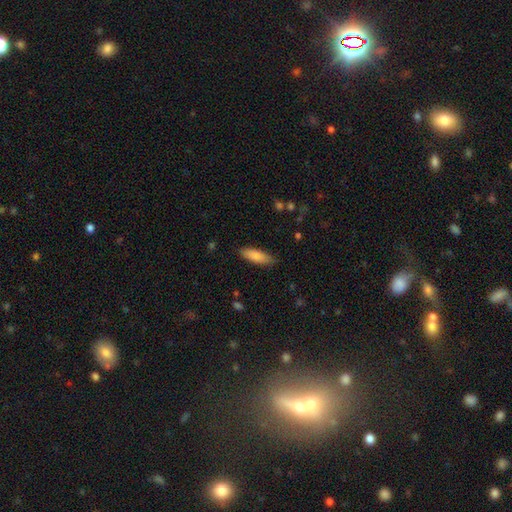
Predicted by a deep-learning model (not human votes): Smooth or featured?
  - smooth: 83% *
  - featured or disk: 11%
  - star or artifact: 6%
How rounded?
  - in between: 52% *
  - cigar-shaped: 46%
  - round: 2%
Merging?
  - none: 85% *
  - minor disturbance: 11%
  - major disturbance: 2%
  - merger: 1%